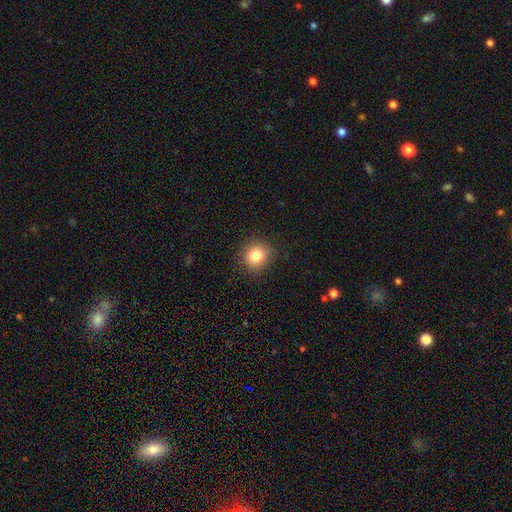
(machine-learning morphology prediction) The model was most divided on "smooth or featured": smooth: 83%, star or artifact: 11%, featured or disk: 6%. More confident: merging — none (90%); how rounded — round (86%).